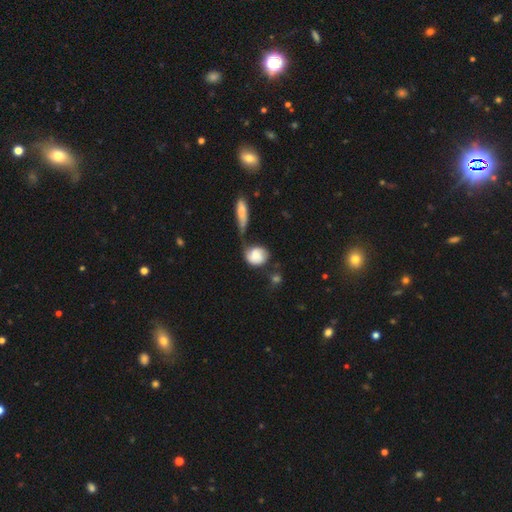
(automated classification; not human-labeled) Overall: smooth (67%). How rounded: round (63%; in between 35%). Merging: merger (32%; none 28%).